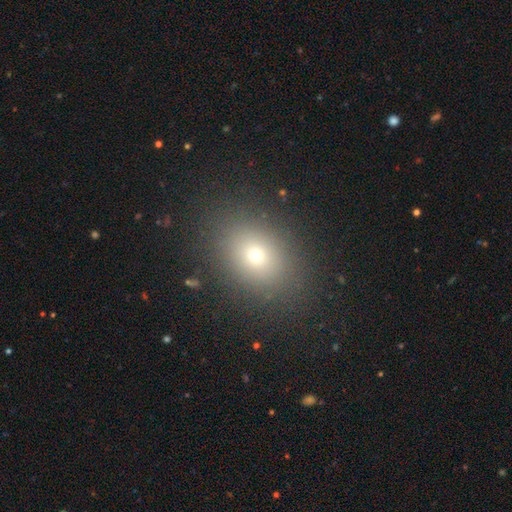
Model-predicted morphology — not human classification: This is likely a smooth galaxy (67%). How rounded: possibly in between (58%). Merging: clearly none (87%).